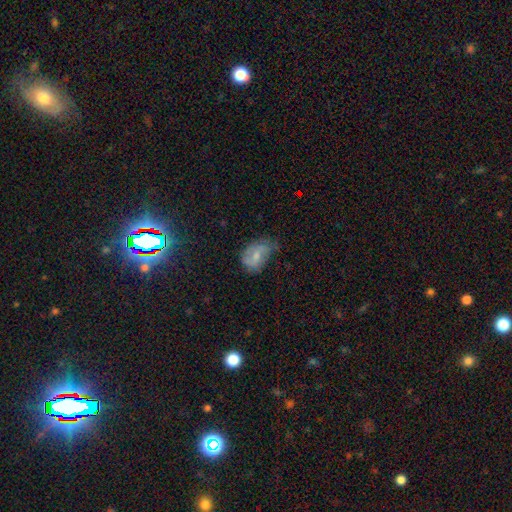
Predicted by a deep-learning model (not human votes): smooth-or-featured: smooth: 49% | featured or disk: 42% | star or artifact: 9%
  merging: none: 42% | minor disturbance: 38% | major disturbance: 17% | merger: 2%